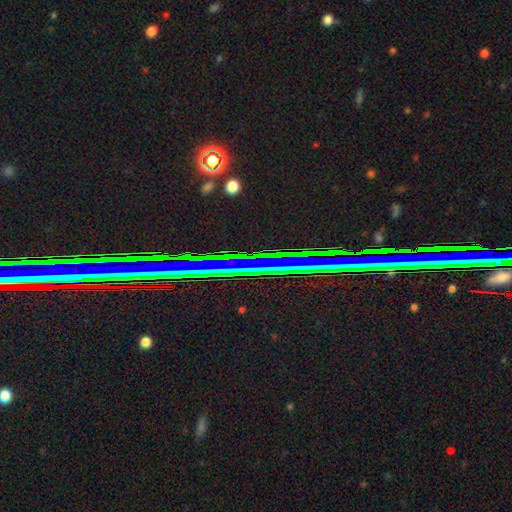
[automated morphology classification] star or artifact 83%, smooth 9%, featured or disk 8%.